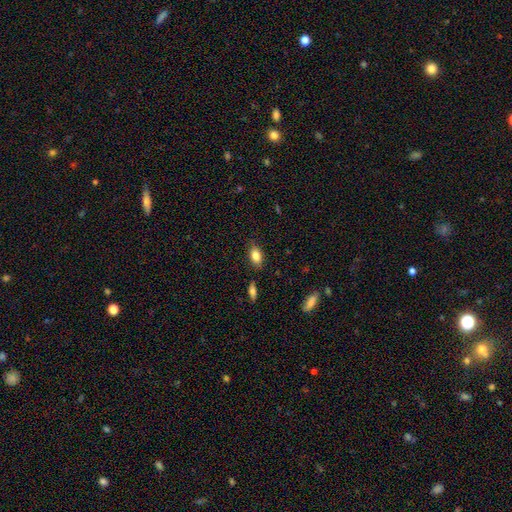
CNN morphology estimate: A smooth galaxy with no disk features (82%) that is in between round and cigar-shaped (87%). Merging: none (79%).